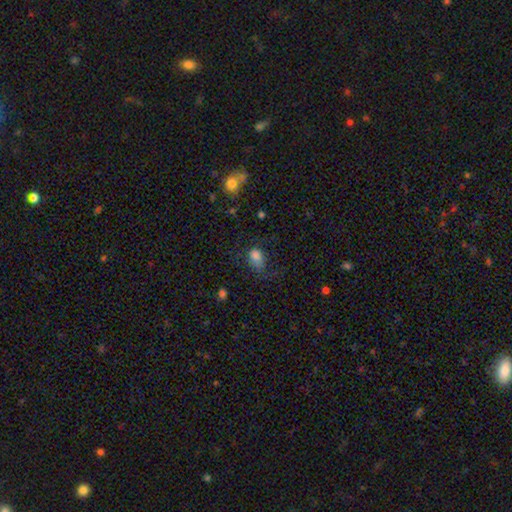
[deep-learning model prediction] The model was most divided on "merging": none: 41%, minor disturbance: 29%, major disturbance: 28%, merger: 3%. More confident: smooth or featured — smooth (80%); how rounded — in between (71%).